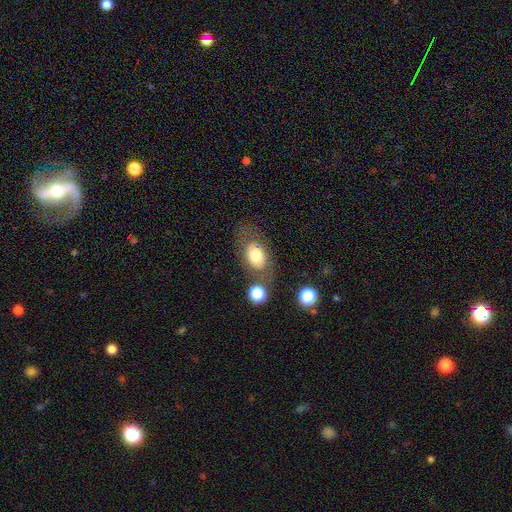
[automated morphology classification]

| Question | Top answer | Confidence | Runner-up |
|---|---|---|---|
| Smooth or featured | smooth | 73% | featured or disk (18%) |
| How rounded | in between | 78% | round (20%) |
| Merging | none | 63% | minor disturbance (17%) |